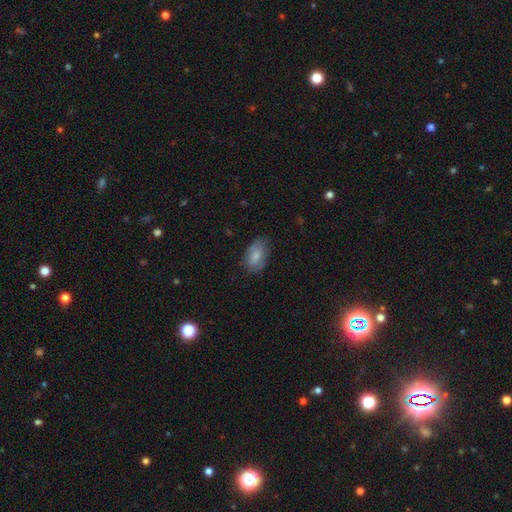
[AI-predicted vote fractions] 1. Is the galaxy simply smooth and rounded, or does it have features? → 77% smooth, 16% featured or disk, 7% star or artifact.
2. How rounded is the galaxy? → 90% in between, 8% round, 2% cigar-shaped.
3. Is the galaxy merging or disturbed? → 64% none, 27% minor disturbance, 7% major disturbance, 1% merger.